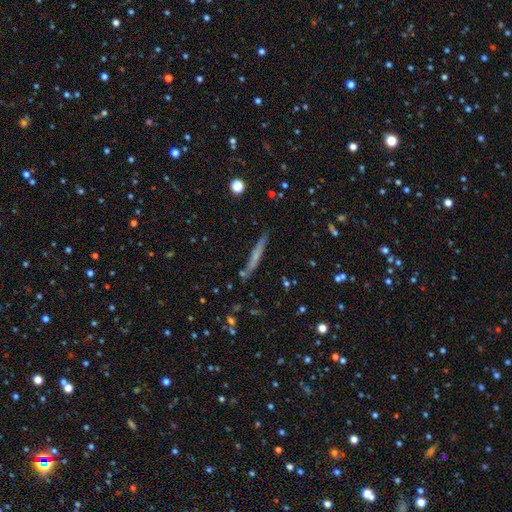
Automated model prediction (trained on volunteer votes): A smooth galaxy with no disk features (51%) that is cigar-shaped (95%).

Vote fractions:
- Smooth or featured? smooth: 51% / featured or disk: 40% / star or artifact: 9%
- How rounded? cigar-shaped: 95% / in between: 3% / round: 2%
- Merging? none: 82% / minor disturbance: 12% / merger: 3% / major disturbance: 3%